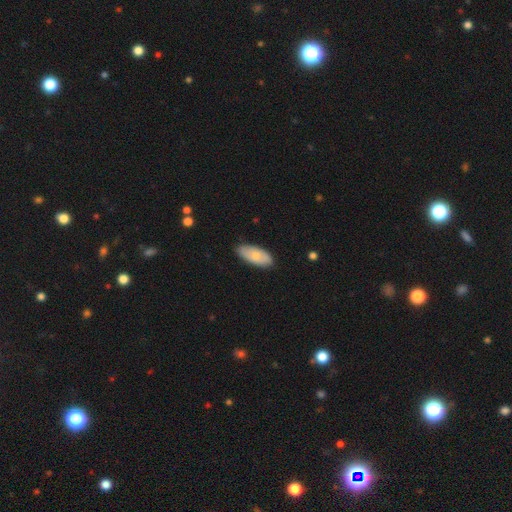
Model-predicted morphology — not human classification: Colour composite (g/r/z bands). It shows a smooth galaxy with no disk features (70%) that is in between round and cigar-shaped (89%). Merging: none (82%).